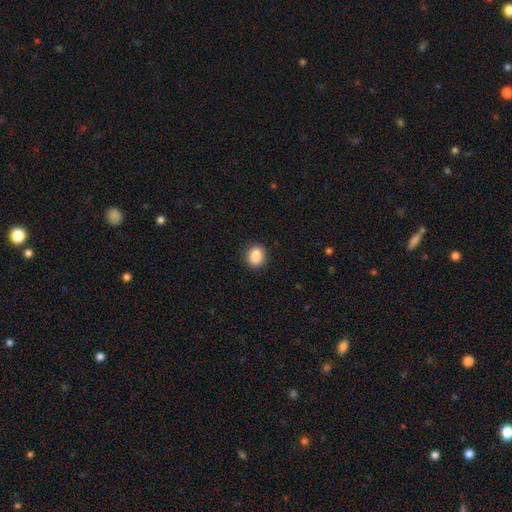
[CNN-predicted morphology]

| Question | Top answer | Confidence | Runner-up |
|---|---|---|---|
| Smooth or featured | smooth | 89% | star or artifact (8%) |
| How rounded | in between | 54% | round (45%) |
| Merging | none | 87% | minor disturbance (9%) |